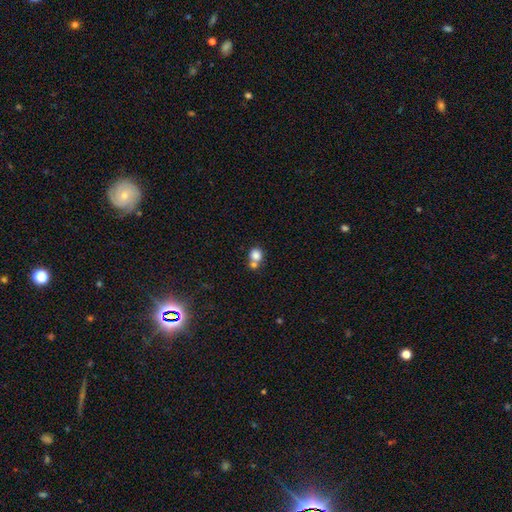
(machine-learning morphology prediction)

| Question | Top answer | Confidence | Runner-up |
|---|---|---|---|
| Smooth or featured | smooth | 82% | star or artifact (10%) |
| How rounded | round | 83% | in between (16%) |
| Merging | none | 46% | merger (43%) |